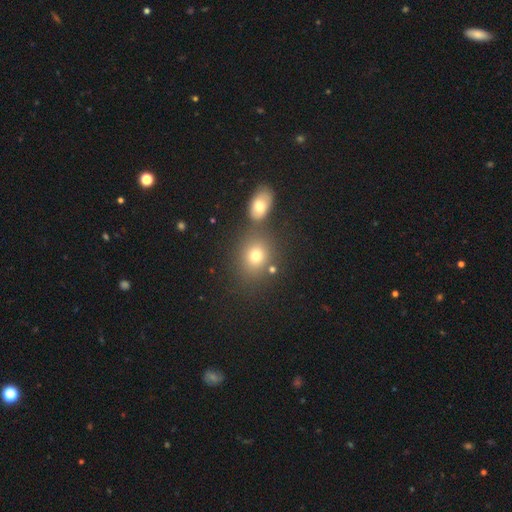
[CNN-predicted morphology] Overall: smooth (74%). How rounded: round (61%; in between 38%). Merging: none (67%).